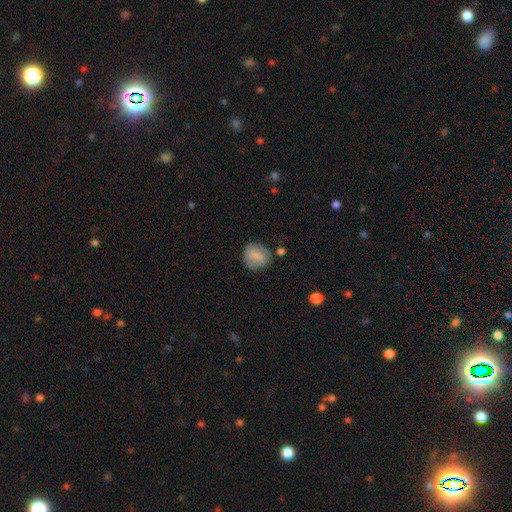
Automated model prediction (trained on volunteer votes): Morphology: type=smooth (83%); roundness=round (76%); merging=none (74%).